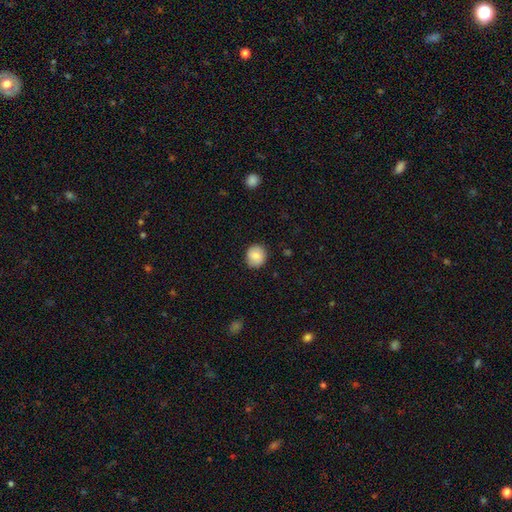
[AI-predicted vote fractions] This appears to be a smooth galaxy with no disk features (84%) that is round (83%). Merging: none (87%).